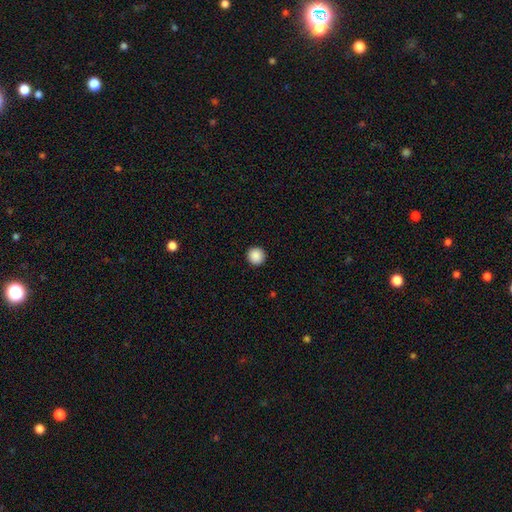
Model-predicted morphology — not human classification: type=smooth (89%); roundness=round (96%); merging=none (93%).